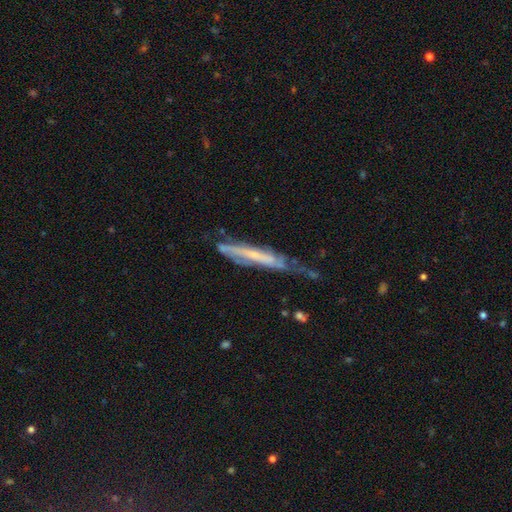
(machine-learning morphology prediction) This appears to be a featured or disk galaxy (59%) viewed edge-on (67%). Merging: none (38%).